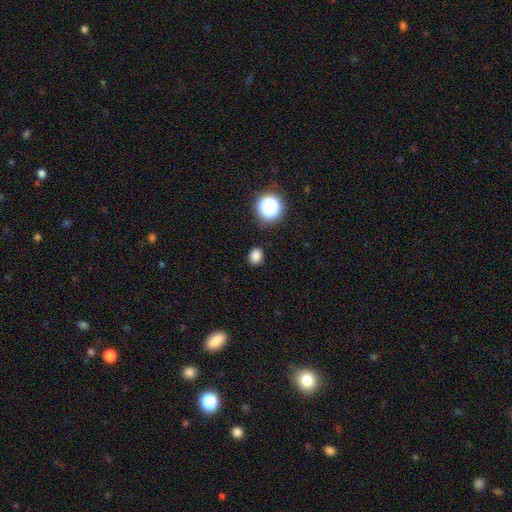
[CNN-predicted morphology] smooth-or-featured: smooth: 81% | star or artifact: 15% | featured or disk: 4%
  how-rounded: round: 65% | in between: 34% | cigar-shaped: 1%
  merging: none: 86% | minor disturbance: 9% | major disturbance: 3% | merger: 2%